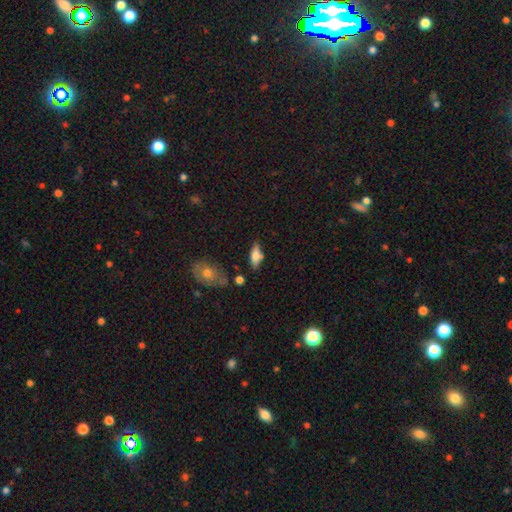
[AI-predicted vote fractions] smooth-or-featured: smooth: 62% | featured or disk: 31% | star or artifact: 7%
  how-rounded: in between: 72% | cigar-shaped: 25% | round: 3%
  merging: none: 73% | minor disturbance: 17% | merger: 6% | major disturbance: 5%